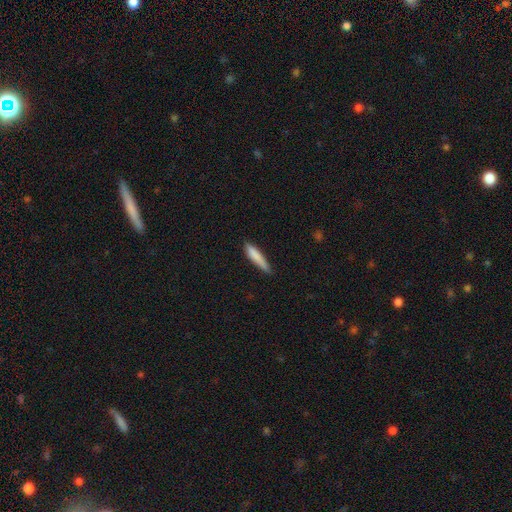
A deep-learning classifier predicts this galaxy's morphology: type=smooth (82%); roundness=cigar-shaped (87%); merging=none (75%).